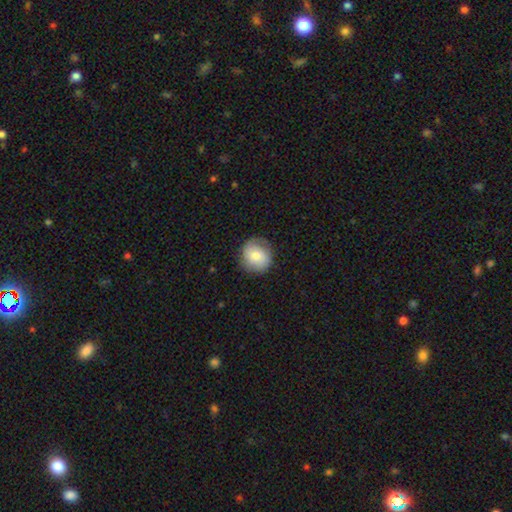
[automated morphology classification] Smooth or featured: smooth — 66% (featured or disk — 27%)
How rounded: round — 83% (in between — 16%)
Merging: none — 79% (minor disturbance — 15%)